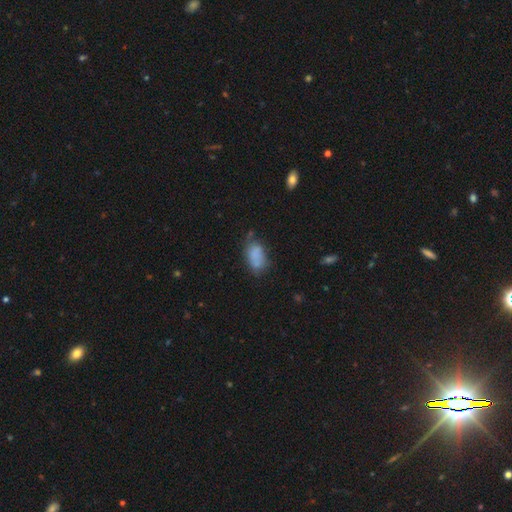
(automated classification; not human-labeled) smooth_or_featured: smooth (p=0.77) [alt: featured or disk p=0.14]
how_rounded: in between (p=0.90) [alt: round p=0.06]
merging: none (p=0.49) [alt: minor disturbance p=0.30]